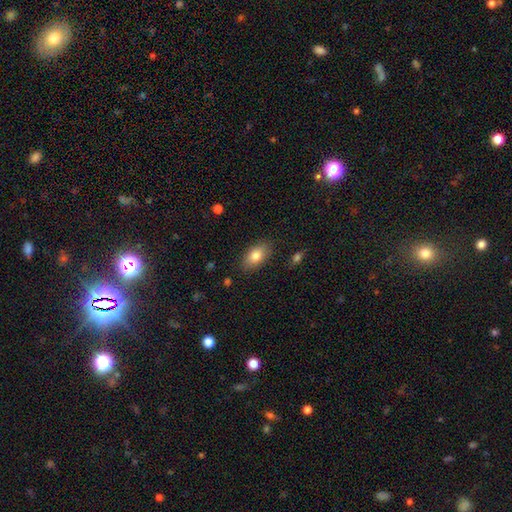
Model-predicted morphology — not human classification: Overall: smooth (81%). How rounded: in between (90%). Merging: none (85%).